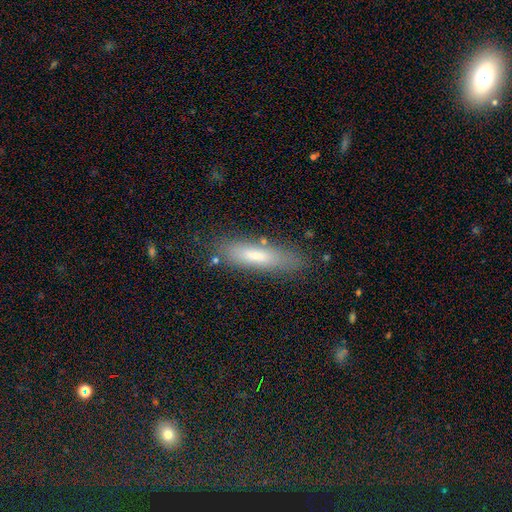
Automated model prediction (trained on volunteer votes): Q: Smooth or featured?
A: smooth (70%); runner-up: featured or disk (22%)
Q: How rounded?
A: cigar-shaped (70%); runner-up: in between (28%)
Q: Merging?
A: none (80%); runner-up: minor disturbance (13%)